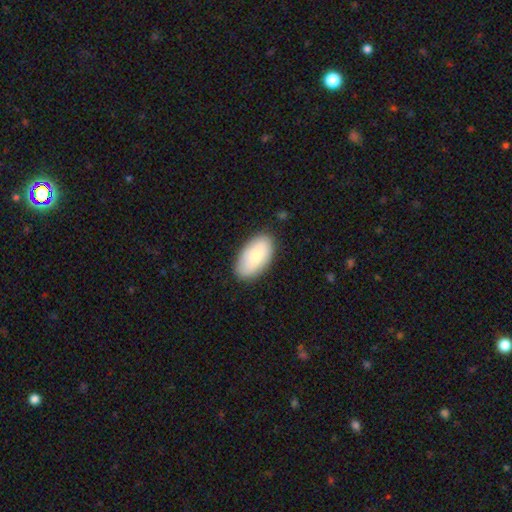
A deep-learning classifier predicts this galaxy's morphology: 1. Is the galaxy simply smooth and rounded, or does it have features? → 81% smooth, 13% featured or disk, 6% star or artifact.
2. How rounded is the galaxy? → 95% in between, 3% round, 2% cigar-shaped.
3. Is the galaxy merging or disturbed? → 84% none, 13% minor disturbance, 3% major disturbance, 1% merger.